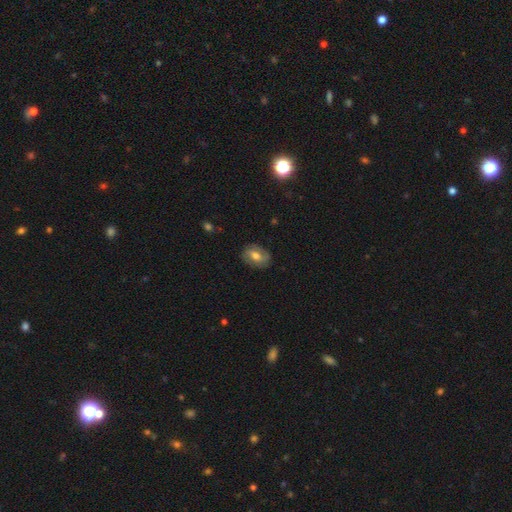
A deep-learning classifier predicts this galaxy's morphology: type=smooth (47%); merging=none (79%).